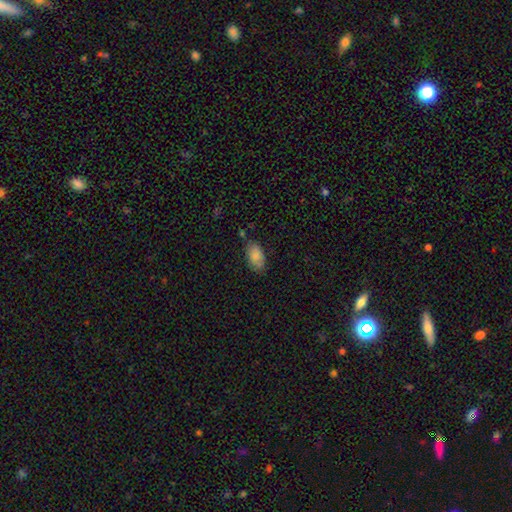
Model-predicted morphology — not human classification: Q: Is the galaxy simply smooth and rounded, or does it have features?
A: smooth — 83%.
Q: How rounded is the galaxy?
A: in between — 93%.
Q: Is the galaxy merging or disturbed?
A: none — 71%.